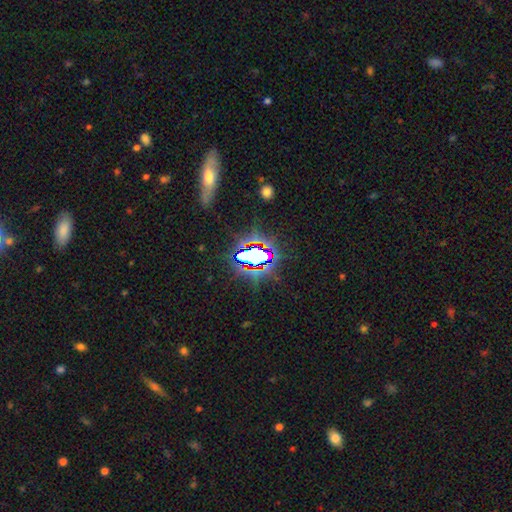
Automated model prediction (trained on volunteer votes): Smooth or featured?
  - star or artifact: 71% *
  - smooth: 17%
  - featured or disk: 12%